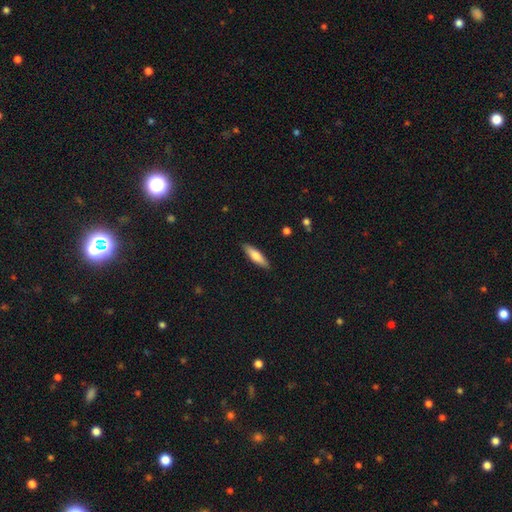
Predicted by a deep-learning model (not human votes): This is likely a smooth galaxy (67%). How rounded: likely cigar-shaped (69%). Merging: clearly none (90%).